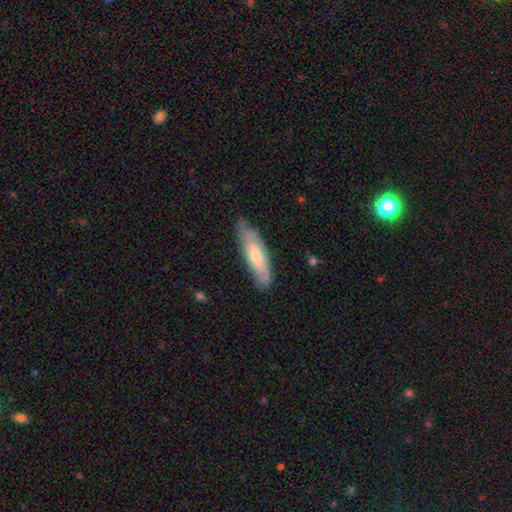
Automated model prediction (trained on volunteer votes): A smooth galaxy with no disk features (54%) that is cigar-shaped (59%).

Vote fractions:
- Smooth or featured? smooth: 54% / featured or disk: 41% / star or artifact: 5%
- How rounded? cigar-shaped: 59% / in between: 39% / round: 2%
- Merging? none: 69% / minor disturbance: 25% / major disturbance: 4% / merger: 1%